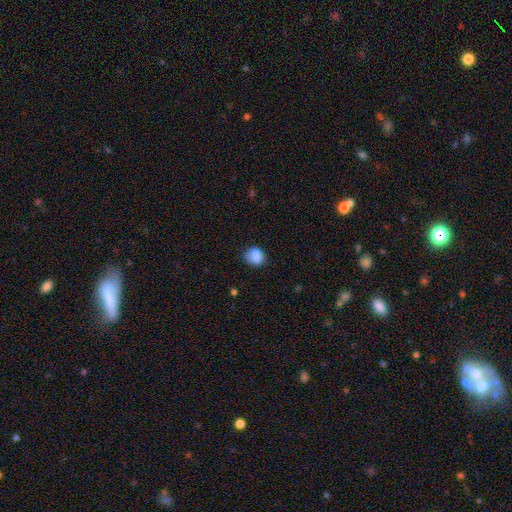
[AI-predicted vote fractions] A smooth galaxy with no disk features (85%) that is round (68%). Merging: none (71%).